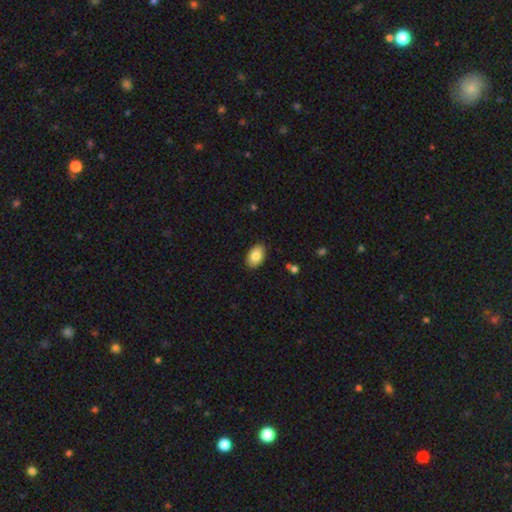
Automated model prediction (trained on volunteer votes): Morphology: type=smooth (85%); roundness=in between (90%); merging=none (88%).